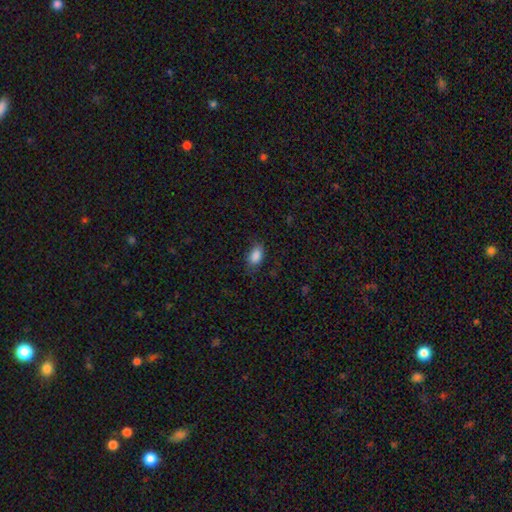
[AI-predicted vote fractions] Smooth or featured: smooth — 87% (star or artifact — 8%)
How rounded: in between — 90% (round — 7%)
Merging: none — 75% (minor disturbance — 19%)